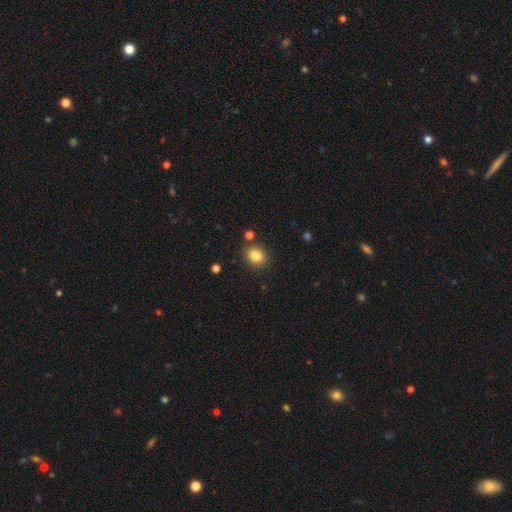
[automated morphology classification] smooth-or-featured: smooth: 84% | star or artifact: 11% | featured or disk: 6%
  how-rounded: round: 72% | in between: 27% | cigar-shaped: 1%
  merging: none: 85% | minor disturbance: 8% | merger: 4% | major disturbance: 2%